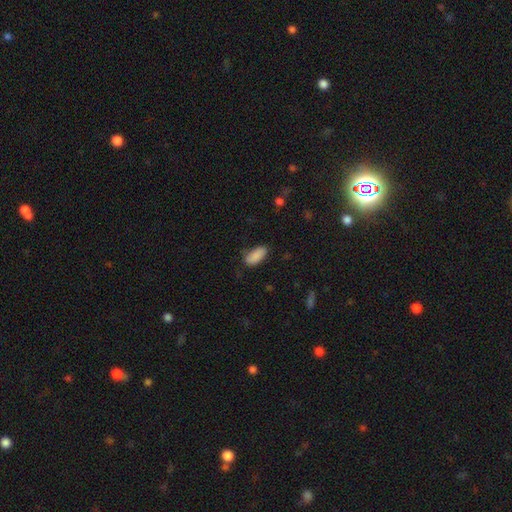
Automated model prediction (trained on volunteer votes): Q: Smooth or featured?
A: smooth (88%); runner-up: star or artifact (7%)
Q: How rounded?
A: in between (90%); runner-up: cigar-shaped (8%)
Q: Merging?
A: none (71%); runner-up: minor disturbance (23%)